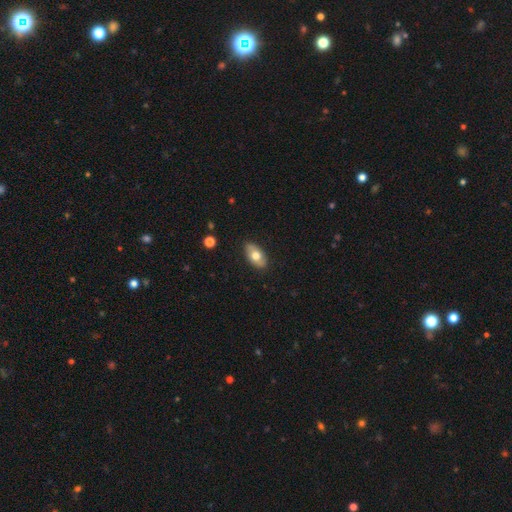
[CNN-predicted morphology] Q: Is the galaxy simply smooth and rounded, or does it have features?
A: smooth — 68%.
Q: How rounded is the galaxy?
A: in between — 92%.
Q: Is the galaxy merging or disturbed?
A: none — 86%.